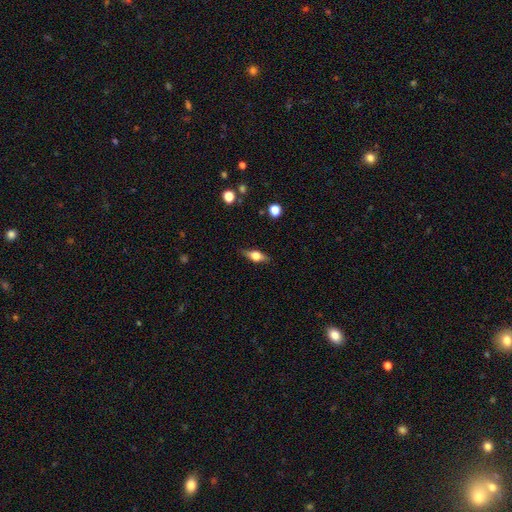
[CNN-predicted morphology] Smooth or featured? smooth (48%)
Merging? none (83%)